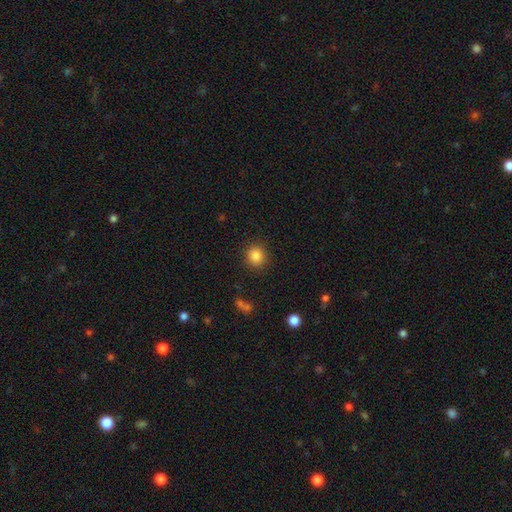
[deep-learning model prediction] A smooth galaxy with no disk features (85%) that is round (87%). Merging: none (89%).